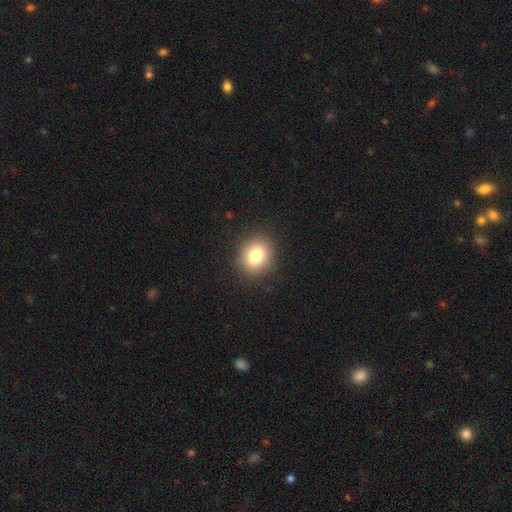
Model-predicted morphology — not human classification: type=smooth (82%); roundness=round (71%); merging=none (89%).